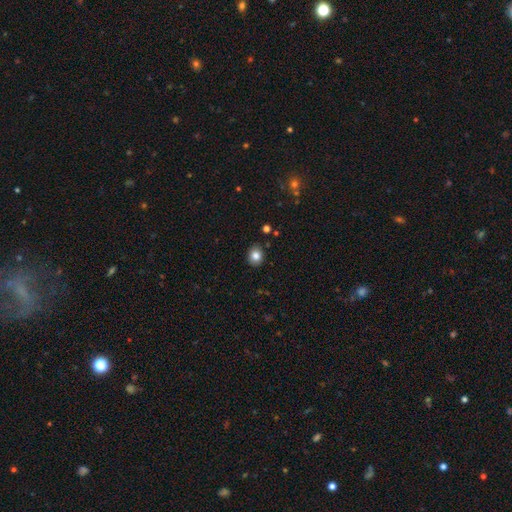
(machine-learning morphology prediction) A smooth galaxy with no disk features (83%) that is round (66%).

Vote fractions:
- Smooth or featured? smooth: 83% / star or artifact: 10% / featured or disk: 7%
- How rounded? round: 66% / in between: 33% / cigar-shaped: 1%
- Merging? none: 88% / minor disturbance: 9% / major disturbance: 2% / merger: 2%